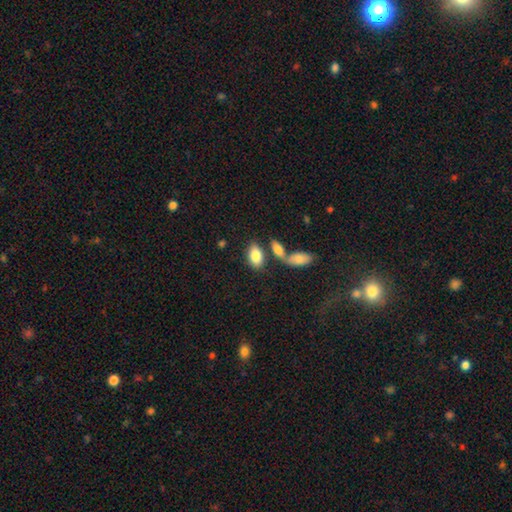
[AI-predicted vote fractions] Smooth or featured: smooth — 83% (featured or disk — 10%)
How rounded: in between — 92% (round — 6%)
Merging: none — 61% (merger — 23%)